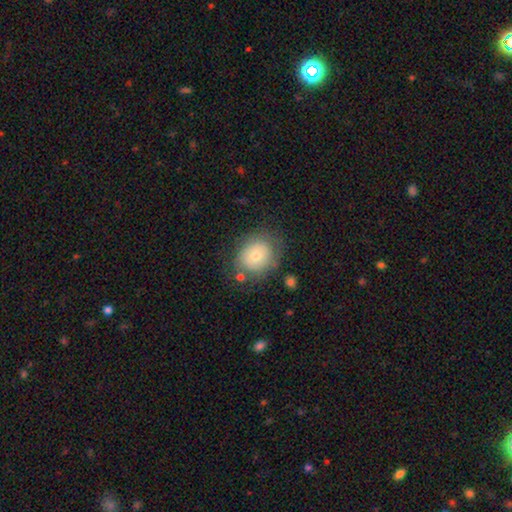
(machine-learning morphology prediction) Smooth or featured? Predicted: smooth (p=0.63). How rounded? Predicted: round (p=0.70). Merging? Predicted: none (p=0.70).